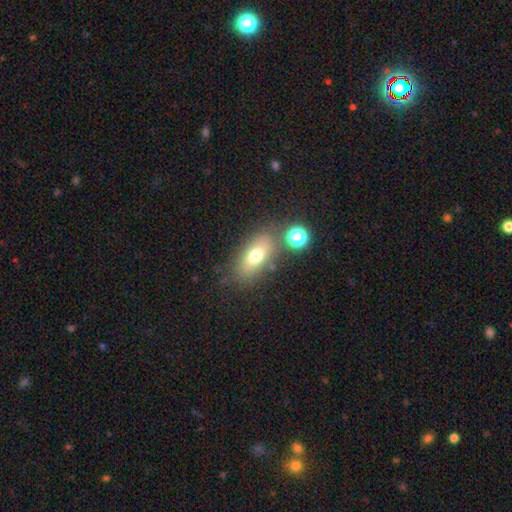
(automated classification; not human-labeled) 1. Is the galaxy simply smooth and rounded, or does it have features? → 70% smooth, 19% featured or disk, 11% star or artifact.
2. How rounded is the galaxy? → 80% in between, 12% cigar-shaped, 8% round.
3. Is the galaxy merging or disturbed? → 73% none, 14% minor disturbance, 9% merger, 5% major disturbance.